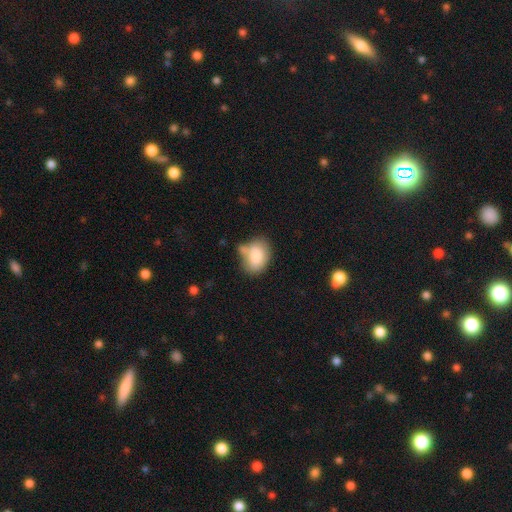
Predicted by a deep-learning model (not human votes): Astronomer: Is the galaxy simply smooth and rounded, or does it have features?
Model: smooth — 83%.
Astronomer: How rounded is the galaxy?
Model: in between — 79%.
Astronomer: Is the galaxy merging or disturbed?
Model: none — 49%.